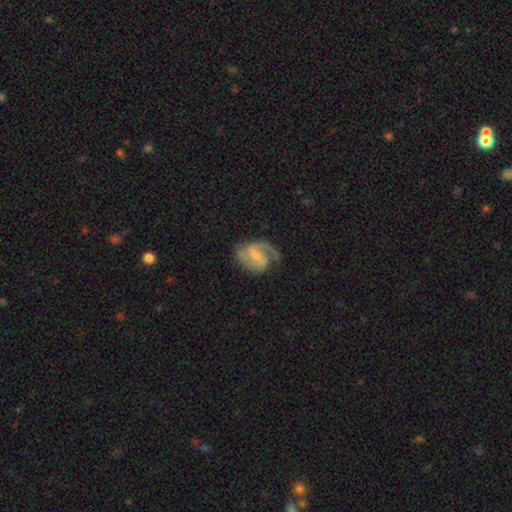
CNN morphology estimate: Smooth or featured? Predicted: featured or disk (p=0.87). Edge-on disk? Predicted: no (p=0.98). Bar? Predicted: weak (p=0.53). Spiral arms? Predicted: yes (p=0.97). Spiral winding? Predicted: medium (p=0.56). Spiral arm count? Predicted: 2 (p=0.85). Bulge size? Predicted: small (p=0.49). Merging? Predicted: none (p=0.70).